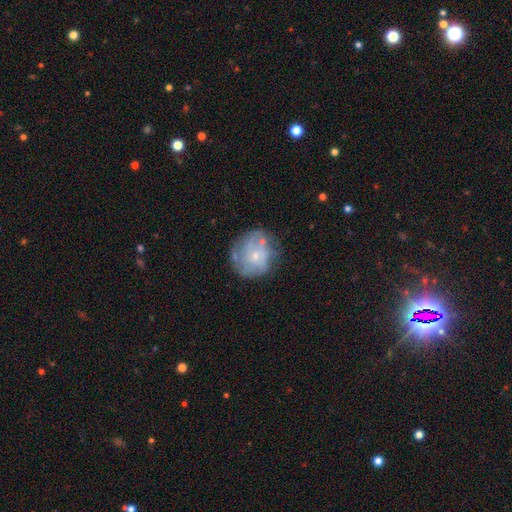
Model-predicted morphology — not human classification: Q: Smooth or featured?
A: featured or disk (55%); runner-up: smooth (37%)
Q: Edge-on disk?
A: no (98%); runner-up: yes (2%)
Q: Bar?
A: no (82%); runner-up: weak (16%)
Q: Spiral arms?
A: yes (62%); runner-up: no (38%)
Q: Bulge size?
A: small (69%); runner-up: moderate (24%)
Q: Merging?
A: none (59%); runner-up: minor disturbance (23%)